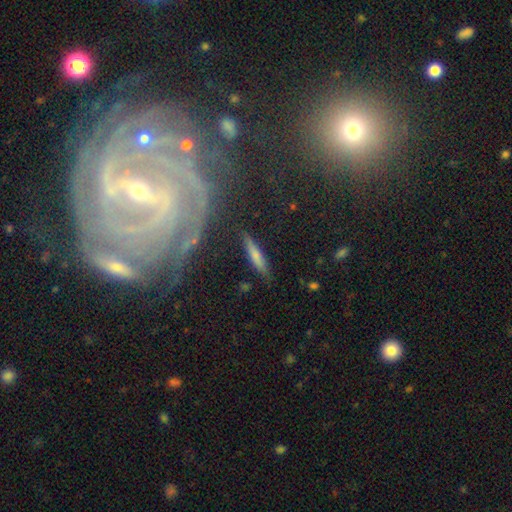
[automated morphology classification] This is likely a smooth galaxy (65%). How rounded: clearly cigar-shaped (84%). Merging: clearly none (81%).